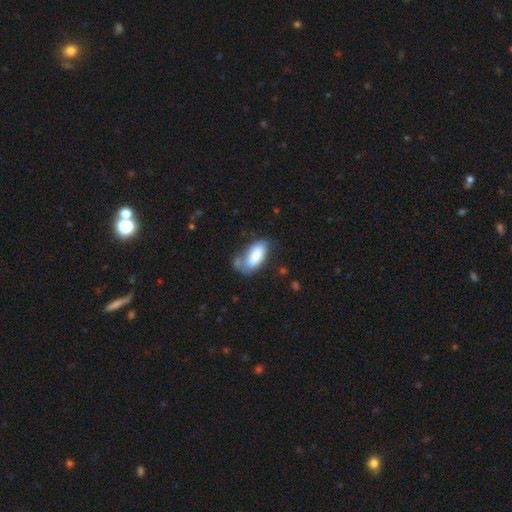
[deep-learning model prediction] Smooth or featured: smooth — 82% (featured or disk — 12%)
How rounded: in between — 91% (cigar-shaped — 7%)
Merging: none — 42% (minor disturbance — 27%)